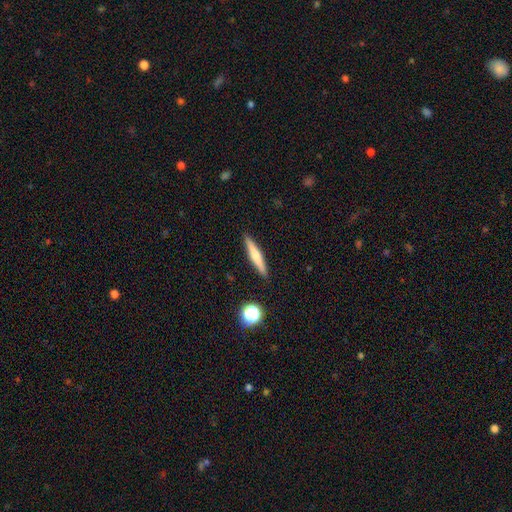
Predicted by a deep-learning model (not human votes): smooth-or-featured: smooth: 55% | featured or disk: 38% | star or artifact: 7%
  how-rounded: cigar-shaped: 92% | in between: 6% | round: 2%
  merging: none: 90% | minor disturbance: 7% | major disturbance: 2% | merger: 1%